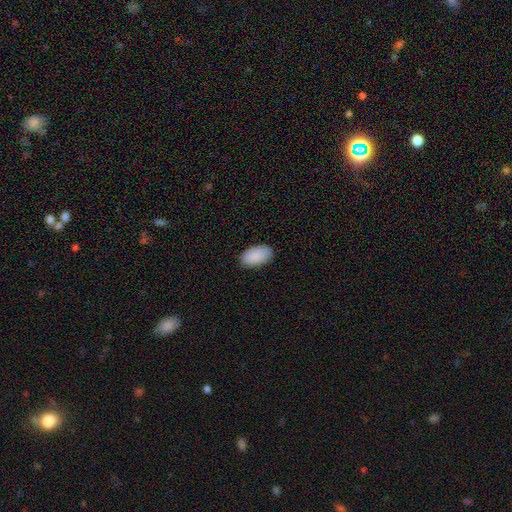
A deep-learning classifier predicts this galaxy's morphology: Smooth or featured?
  - smooth: 90% *
  - star or artifact: 6%
  - featured or disk: 4%
How rounded?
  - in between: 95% *
  - round: 3%
  - cigar-shaped: 1%
Merging?
  - none: 87% *
  - minor disturbance: 10%
  - major disturbance: 2%
  - merger: 1%